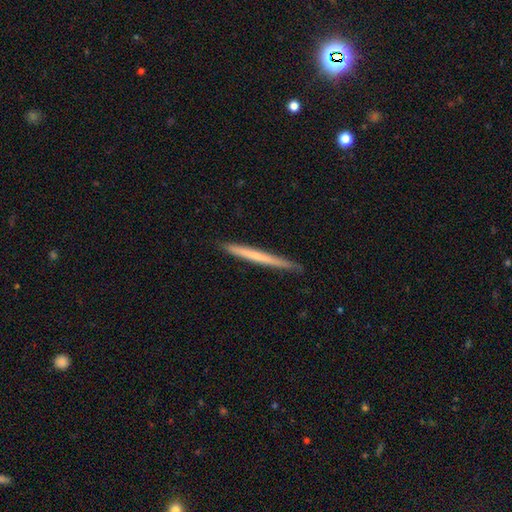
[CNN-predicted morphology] Smooth or featured: smooth — 51% (featured or disk — 44%)
How rounded: cigar-shaped — 97% (in between — 1%)
Merging: none — 90% (minor disturbance — 8%)